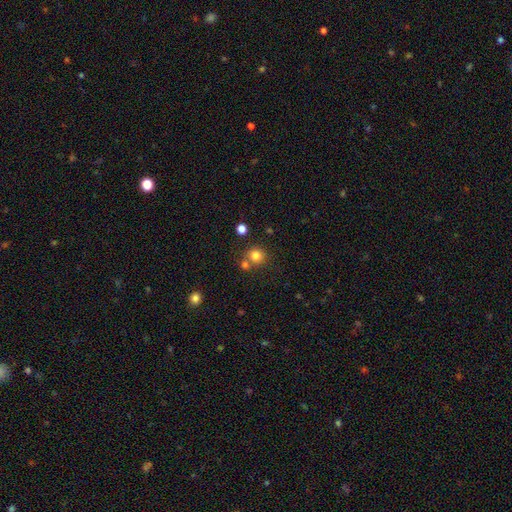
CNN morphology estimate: This appears to be a smooth galaxy with no disk features (80%) that is round (90%). Merging: none (67%).